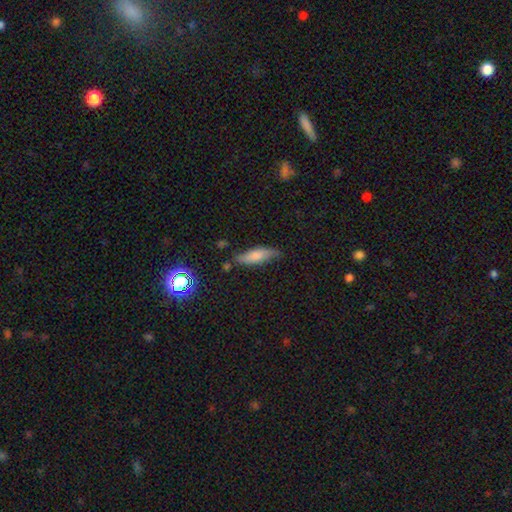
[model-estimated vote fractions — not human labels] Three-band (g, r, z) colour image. It shows a smooth galaxy with no disk features (66%) that is cigar-shaped (51%). Merging: none (65%).